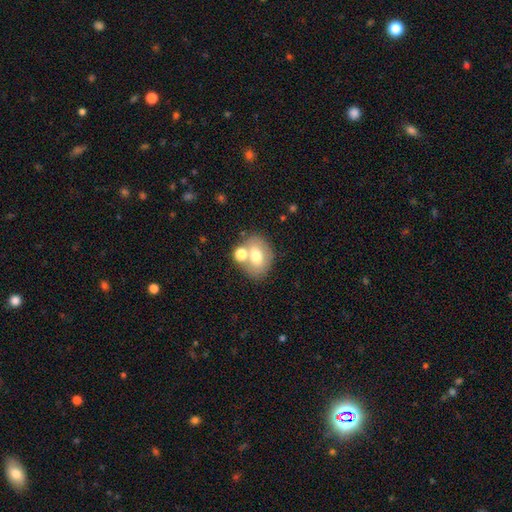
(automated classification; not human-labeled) This is likely a smooth galaxy (67%). How rounded: likely in between (64%). Merging: possibly none (57%).